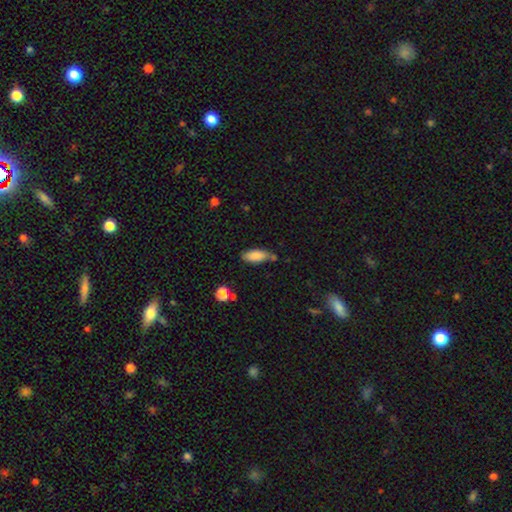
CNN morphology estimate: smooth 86%, star or artifact 7%, featured or disk 7%. Down the decision tree: how rounded — in between (81%); merging — none (63%).